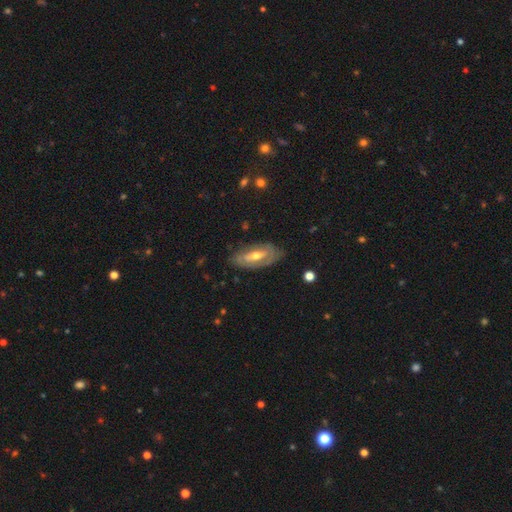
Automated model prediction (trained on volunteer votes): This appears to be a featured or disk galaxy (66%) with no bar (40%), spiral arms (53%) and a moderate central bulge (64%). Merging: none (75%).